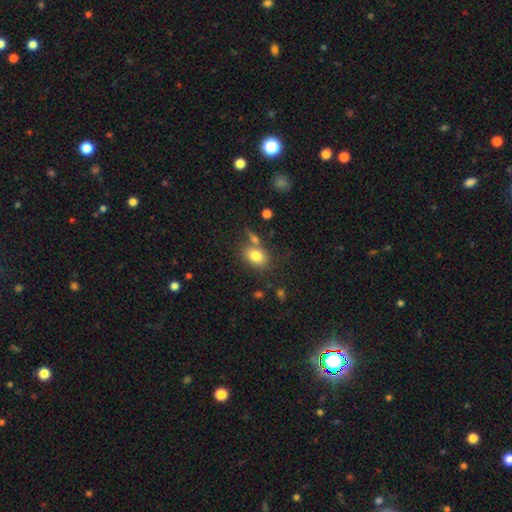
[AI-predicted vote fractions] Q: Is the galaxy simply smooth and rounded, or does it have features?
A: smooth — 80%.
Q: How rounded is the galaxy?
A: in between — 69%.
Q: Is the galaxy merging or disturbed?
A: none — 63%.